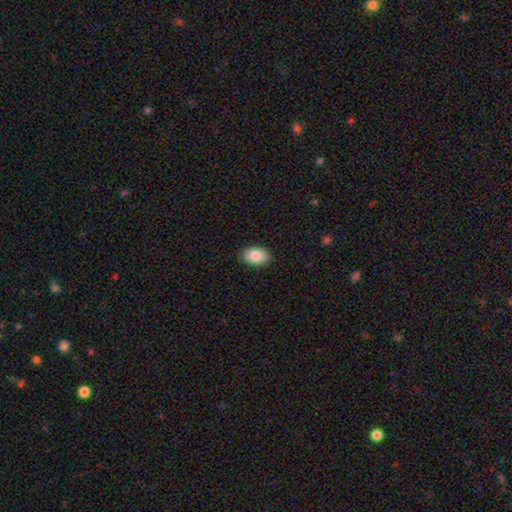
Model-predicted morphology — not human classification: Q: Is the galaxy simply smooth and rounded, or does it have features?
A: smooth — 85%.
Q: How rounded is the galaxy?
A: in between — 88%.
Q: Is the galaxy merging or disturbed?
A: none — 89%.